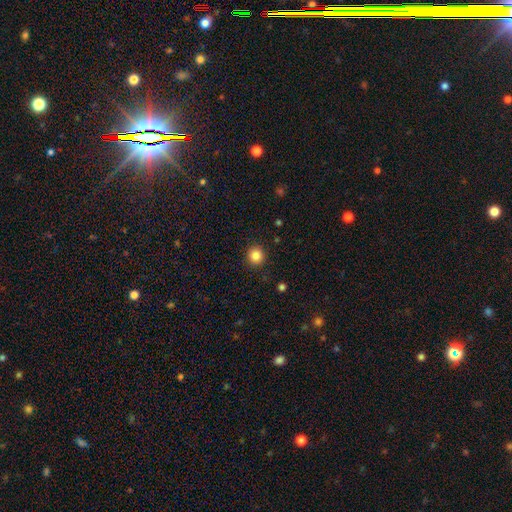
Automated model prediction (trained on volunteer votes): Smooth or featured? Predicted: smooth (p=0.85). How rounded? Predicted: round (p=0.92). Merging? Predicted: none (p=0.91).